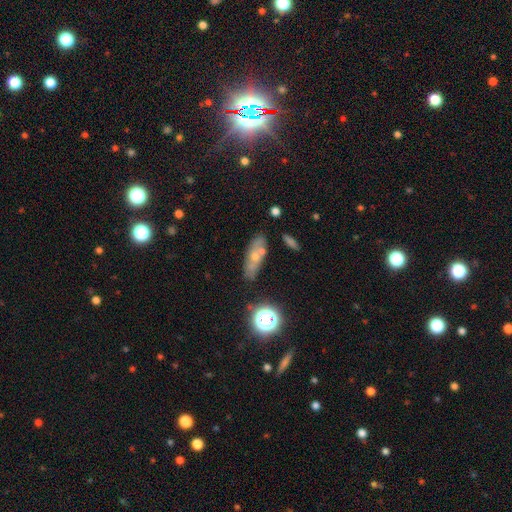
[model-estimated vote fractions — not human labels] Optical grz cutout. It shows a smooth galaxy with no disk features (49%). Merging: none (64%).